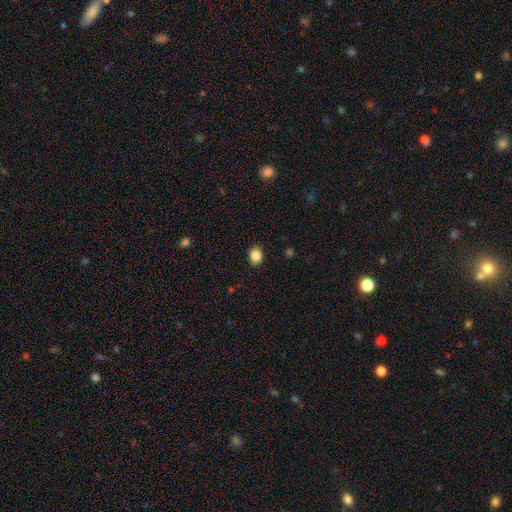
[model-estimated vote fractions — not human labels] The model was most divided on "how rounded": in between: 53%, round: 46%, cigar-shaped: 1%. More confident: merging — none (89%); smooth or featured — smooth (86%).